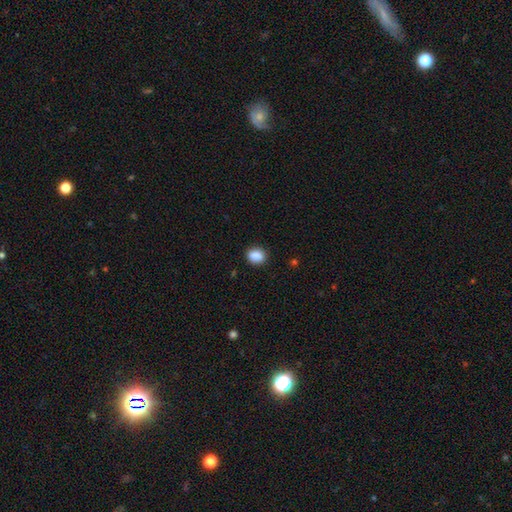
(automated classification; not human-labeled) smooth-or-featured: smooth: 87% | star or artifact: 9% | featured or disk: 4%
  how-rounded: in between: 50% | round: 49% | cigar-shaped: 1%
  merging: none: 84% | minor disturbance: 11% | major disturbance: 3% | merger: 2%